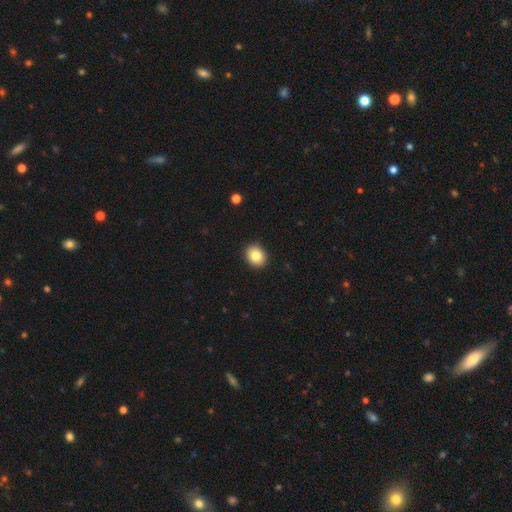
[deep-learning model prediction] A smooth galaxy with no disk features (82%) that is round (61%).

Vote fractions:
- Smooth or featured? smooth: 82% / star or artifact: 9% / featured or disk: 9%
- How rounded? round: 61% / in between: 39% / cigar-shaped: 1%
- Merging? none: 92% / minor disturbance: 6% / major disturbance: 2% / merger: 1%